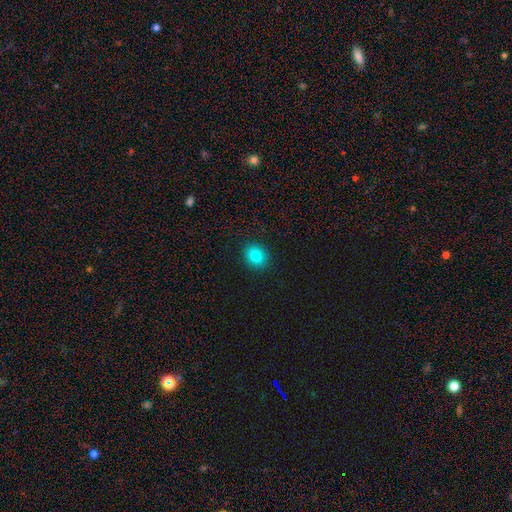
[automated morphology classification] Smooth or featured? smooth (85%)
How rounded? round (62%)
Merging? none (91%)